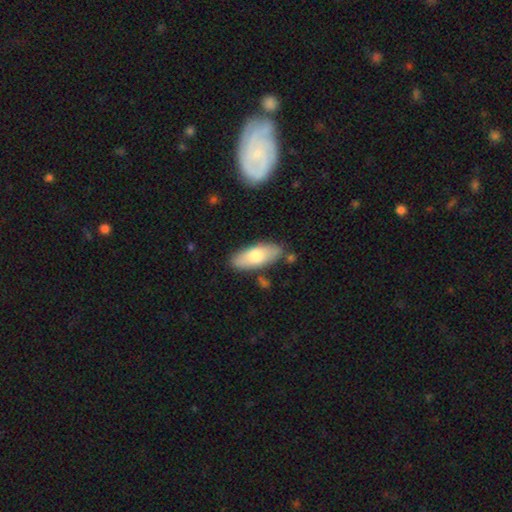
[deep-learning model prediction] smooth 72%, featured or disk 23%, star or artifact 6%. Down the decision tree: how rounded — in between (80%); merging — none (81%).